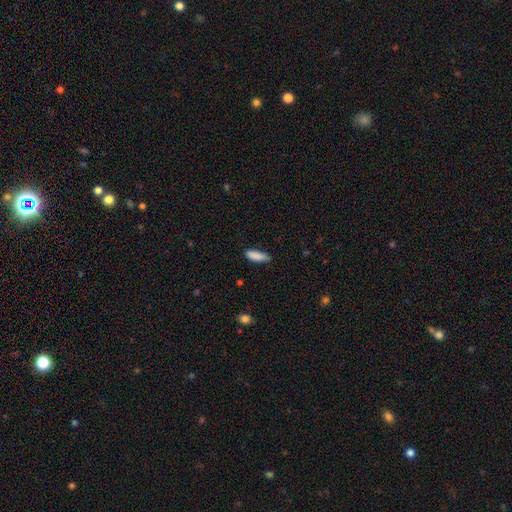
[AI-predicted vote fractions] Smooth or featured?
  - smooth: 88% *
  - star or artifact: 7%
  - featured or disk: 5%
How rounded?
  - in between: 65% *
  - cigar-shaped: 34%
  - round: 2%
Merging?
  - none: 76% *
  - minor disturbance: 20%
  - major disturbance: 3%
  - merger: 1%